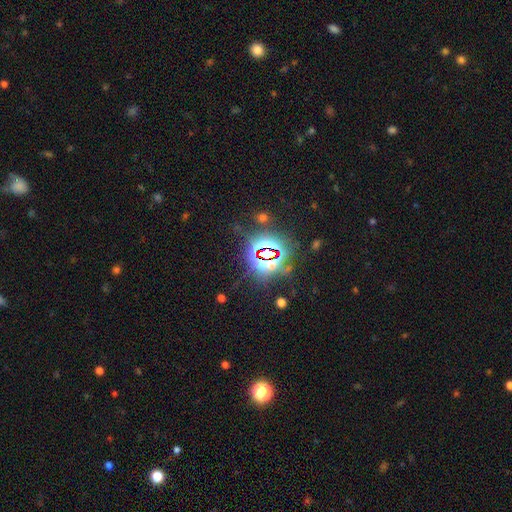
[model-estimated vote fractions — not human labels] Smooth or featured: star or artifact — 80% (smooth — 13%)